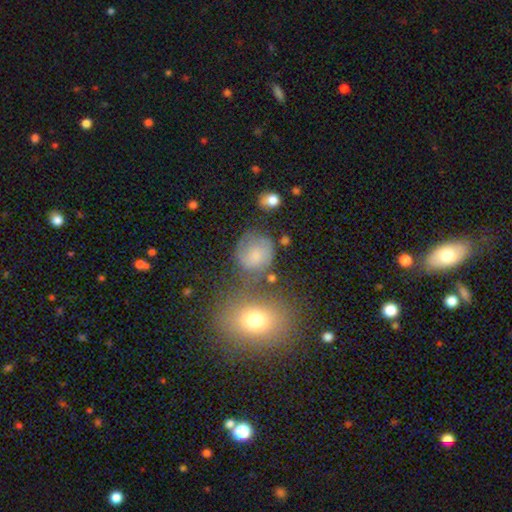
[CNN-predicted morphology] A smooth galaxy with no disk features (63%) that is round (70%).

Vote fractions:
- Smooth or featured? smooth: 63% / featured or disk: 24% / star or artifact: 13%
- How rounded? round: 70% / in between: 29% / cigar-shaped: 1%
- Merging? none: 55% / minor disturbance: 22% / major disturbance: 12% / merger: 10%